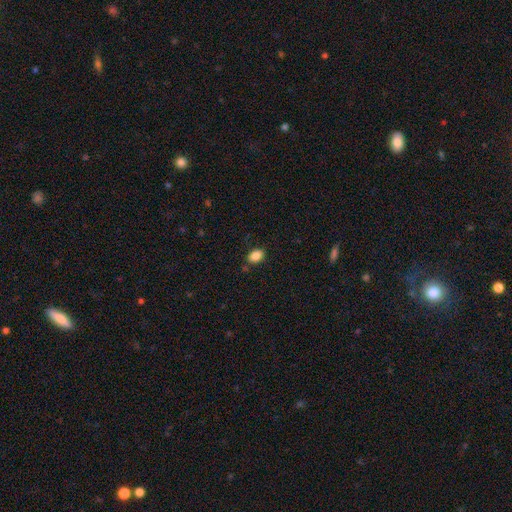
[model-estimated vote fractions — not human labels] smooth-or-featured: smooth: 87% | star or artifact: 9% | featured or disk: 5%
  how-rounded: in between: 81% | round: 18% | cigar-shaped: 1%
  merging: none: 83% | minor disturbance: 11% | merger: 3% | major disturbance: 3%